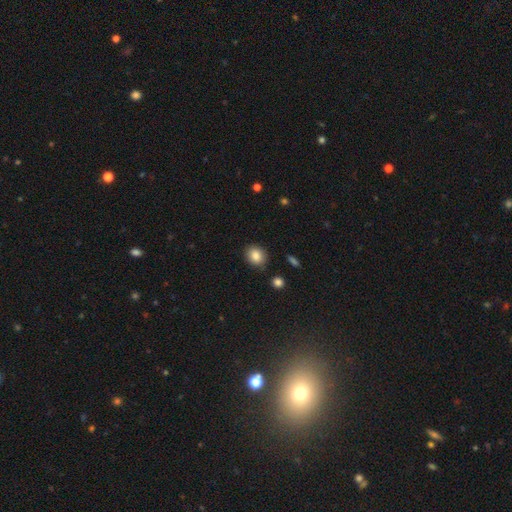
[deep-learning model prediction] smooth_or_featured: smooth (p=0.85) [alt: star or artifact p=0.09]
how_rounded: round (p=0.63) [alt: in between p=0.36]
merging: none (p=0.85) [alt: minor disturbance p=0.11]